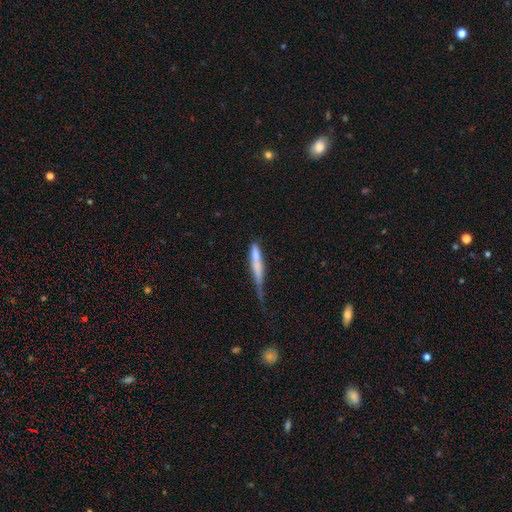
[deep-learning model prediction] Smooth or featured: smooth — 64% (featured or disk — 29%)
How rounded: cigar-shaped — 91% (in between — 8%)
Merging: minor disturbance — 35% (tied with none — 35%)